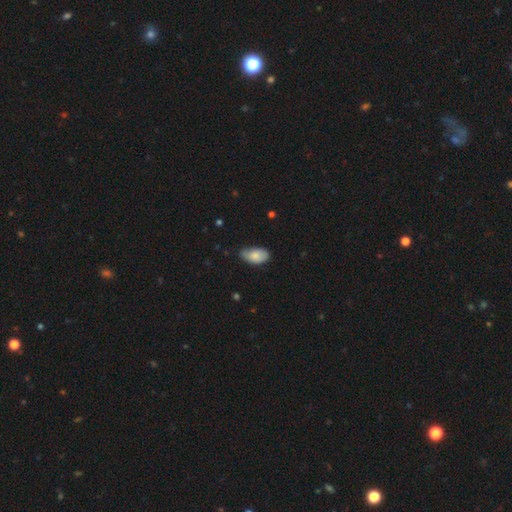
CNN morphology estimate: smooth_or_featured: smooth (p=0.80) [alt: featured or disk p=0.14]
how_rounded: in between (p=0.93) [alt: round p=0.05]
merging: none (p=0.56) [alt: minor disturbance p=0.37]